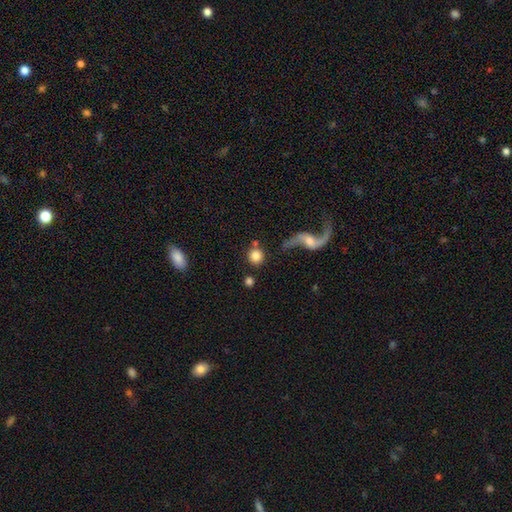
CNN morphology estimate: type=smooth (80%); roundness=round (92%); merging=none (75%).